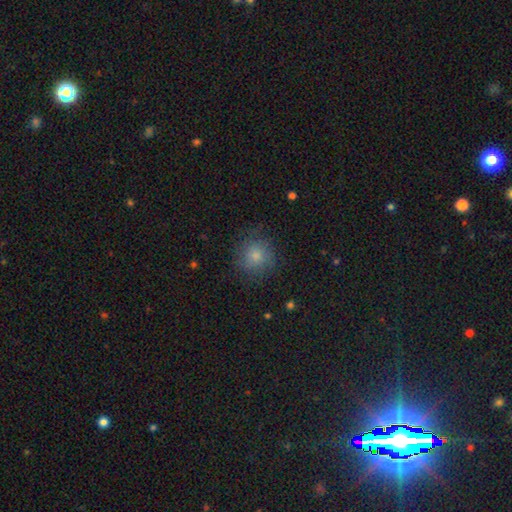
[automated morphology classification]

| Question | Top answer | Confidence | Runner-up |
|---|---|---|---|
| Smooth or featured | smooth | 80% | star or artifact (10%) |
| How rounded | round | 91% | in between (8%) |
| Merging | none | 80% | minor disturbance (14%) |